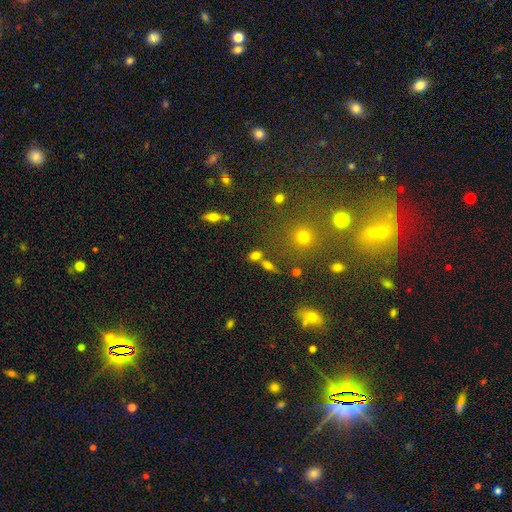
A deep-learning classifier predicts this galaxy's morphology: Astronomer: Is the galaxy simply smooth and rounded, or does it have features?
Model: smooth — 68%.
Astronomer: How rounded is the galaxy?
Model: in between — 62%.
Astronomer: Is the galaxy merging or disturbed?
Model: none — 59%.